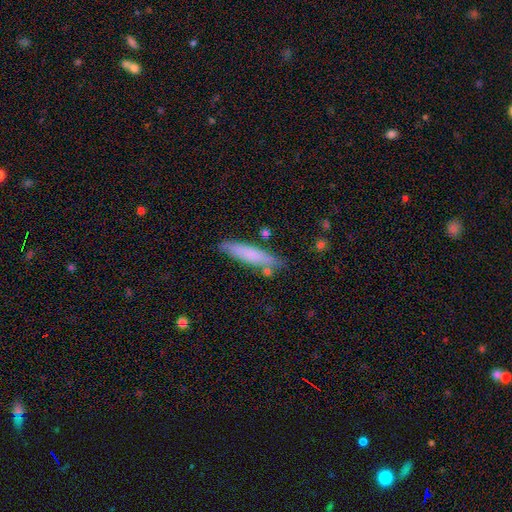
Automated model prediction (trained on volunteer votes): Smooth or featured? Predicted: smooth (p=0.74). How rounded? Predicted: cigar-shaped (p=0.84). Merging? Predicted: none (p=0.78).